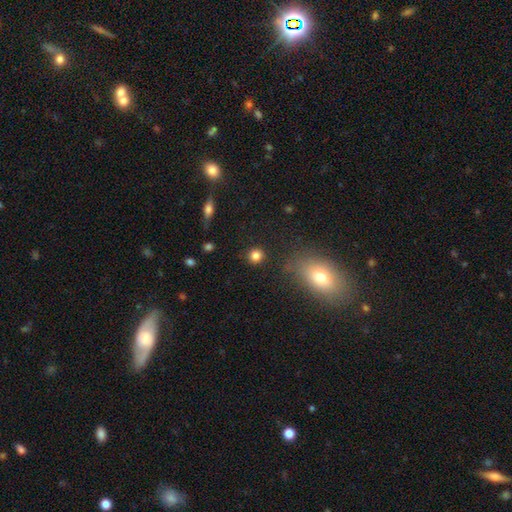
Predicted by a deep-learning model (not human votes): Smooth or featured? Predicted: smooth (p=0.83). How rounded? Predicted: round (p=0.89). Merging? Predicted: none (p=0.89).